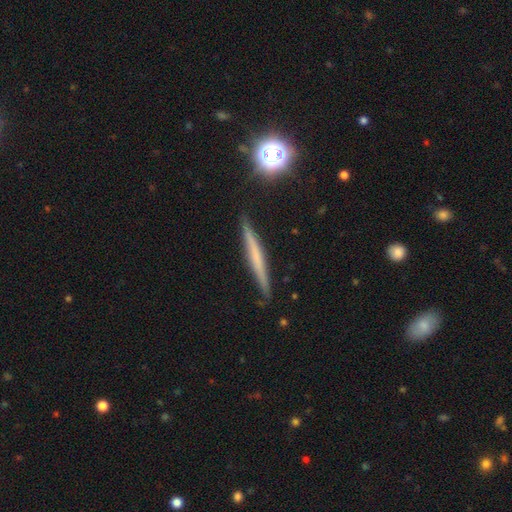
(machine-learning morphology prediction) Smooth or featured: featured or disk — 48% (smooth — 43%)
Merging: none — 89% (minor disturbance — 8%)